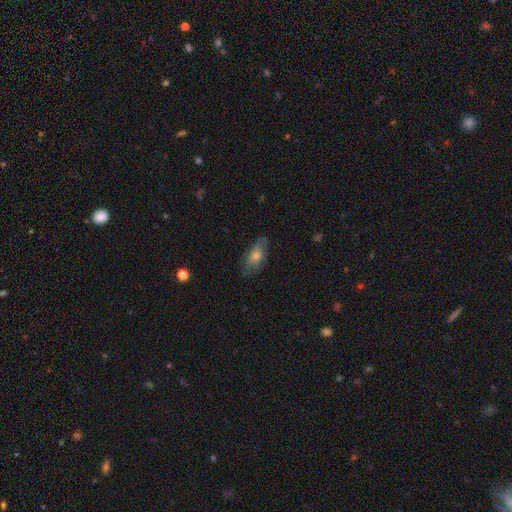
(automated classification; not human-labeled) This is possibly a smooth galaxy (48%). Merging: likely none (73%).